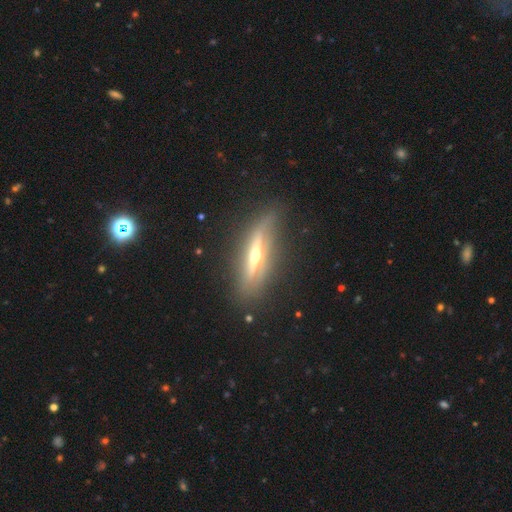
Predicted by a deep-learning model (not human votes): featured or disk 78%, smooth 15%, star or artifact 7%. Down the decision tree: edge-on disk — yes (89%); edge-on bulge — rounded (85%); merging — none (77%).